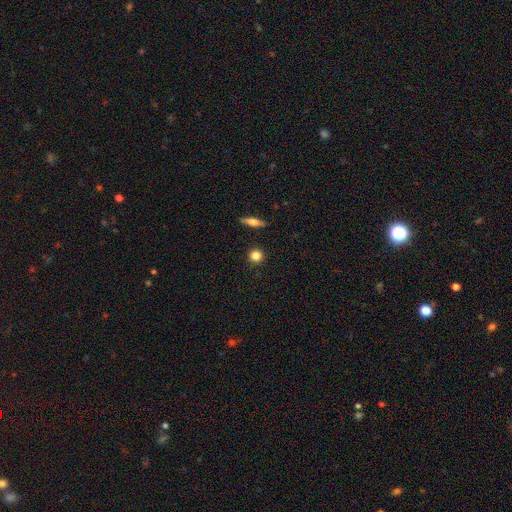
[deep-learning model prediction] This appears to be a smooth galaxy with no disk features (83%) that is round (90%). Merging: none (91%).